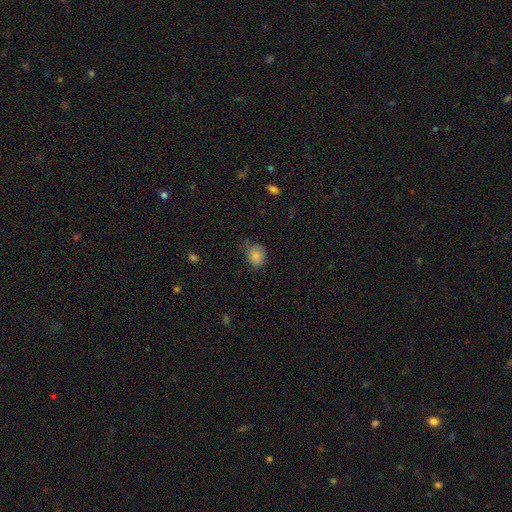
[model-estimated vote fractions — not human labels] A smooth galaxy with no disk features (83%) that is round (52%).

Vote fractions:
- Smooth or featured? smooth: 83% / star or artifact: 10% / featured or disk: 8%
- How rounded? round: 52% / in between: 47% / cigar-shaped: 1%
- Merging? none: 53% / minor disturbance: 36% / major disturbance: 10% / merger: 2%